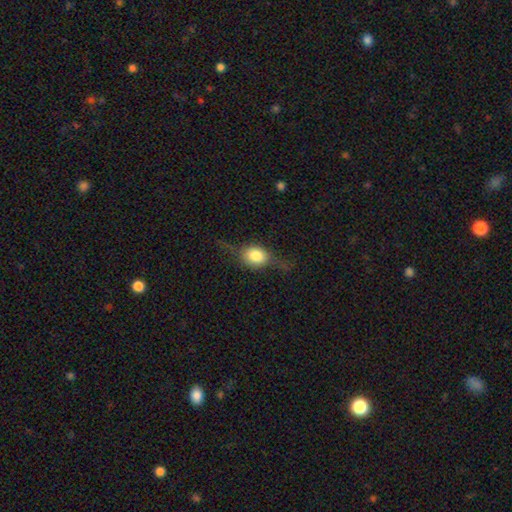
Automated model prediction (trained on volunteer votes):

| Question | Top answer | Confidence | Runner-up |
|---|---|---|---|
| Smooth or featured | smooth | 55% | featured or disk (36%) |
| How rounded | round | 47% | tied: in between (47%) |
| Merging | none | 60% | minor disturbance (23%) |